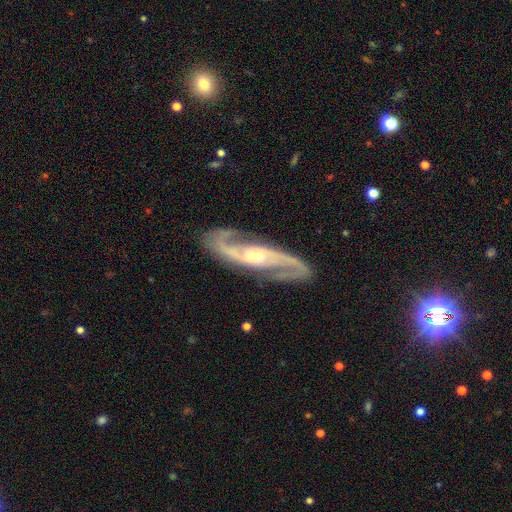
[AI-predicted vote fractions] Smooth or featured? Predicted: featured or disk (p=0.92). Edge-on disk? Predicted: no (p=0.92). Bar? Predicted: no (p=0.39). Spiral arms? Predicted: yes (p=0.98). Spiral winding? Predicted: medium (p=0.57). Spiral arm count? Predicted: 2 (p=0.93). Bulge size? Predicted: moderate (p=0.49). Merging? Predicted: none (p=0.83).